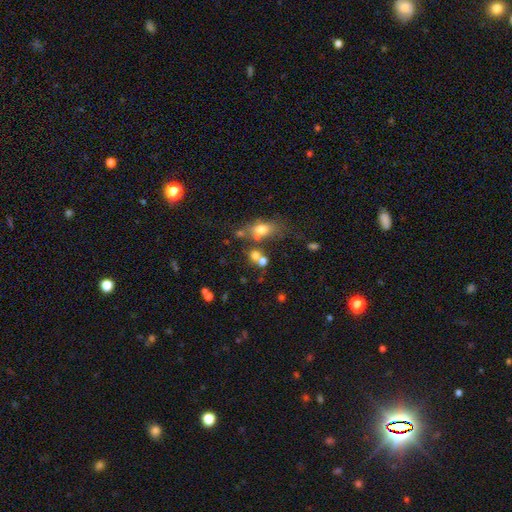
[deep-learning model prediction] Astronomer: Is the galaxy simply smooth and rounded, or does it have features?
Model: smooth — 66%.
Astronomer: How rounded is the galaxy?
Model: round — 63%.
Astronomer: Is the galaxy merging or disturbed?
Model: none — 44% (runner-up: merger, 38%).